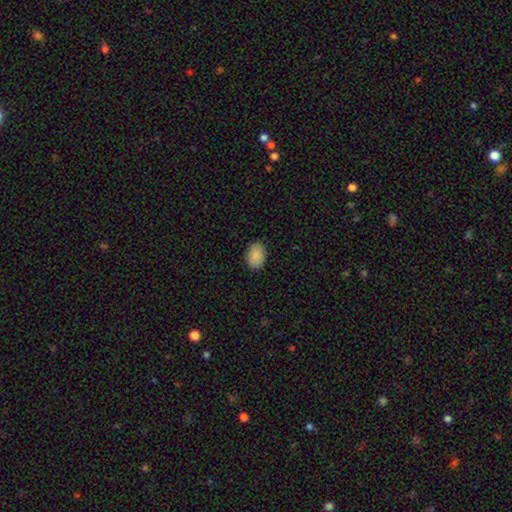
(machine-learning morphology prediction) smooth-or-featured: smooth: 89% | star or artifact: 7% | featured or disk: 4%
  how-rounded: in between: 82% | round: 17% | cigar-shaped: 1%
  merging: none: 86% | minor disturbance: 11% | major disturbance: 2% | merger: 1%